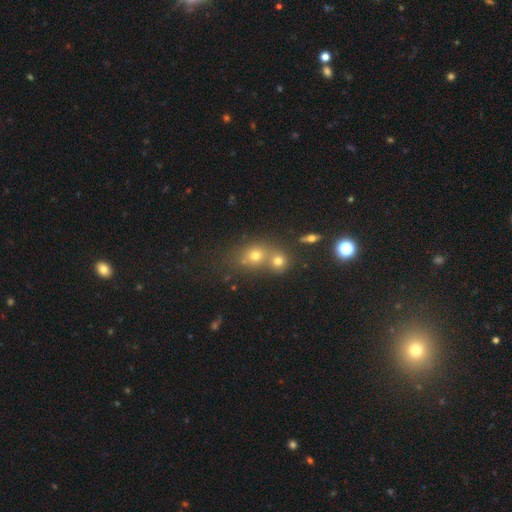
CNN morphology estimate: Q: Smooth or featured?
A: smooth (65%); runner-up: star or artifact (21%)
Q: How rounded?
A: round (71%); runner-up: in between (28%)
Q: Merging?
A: merger (49%); runner-up: none (40%)